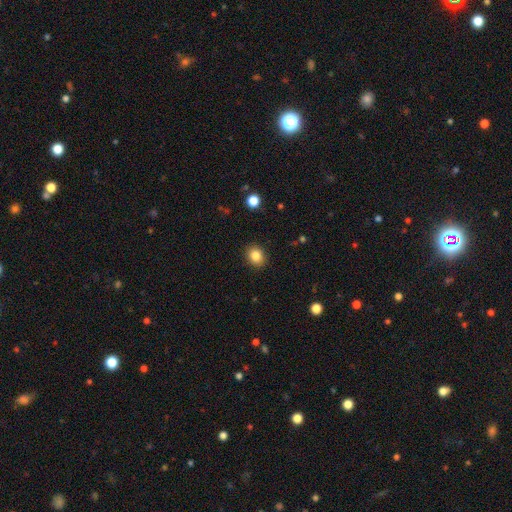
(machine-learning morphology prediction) The model was most divided on "how rounded": round: 63%, in between: 36%, cigar-shaped: 1%. More confident: merging — none (90%); smooth or featured — smooth (84%).